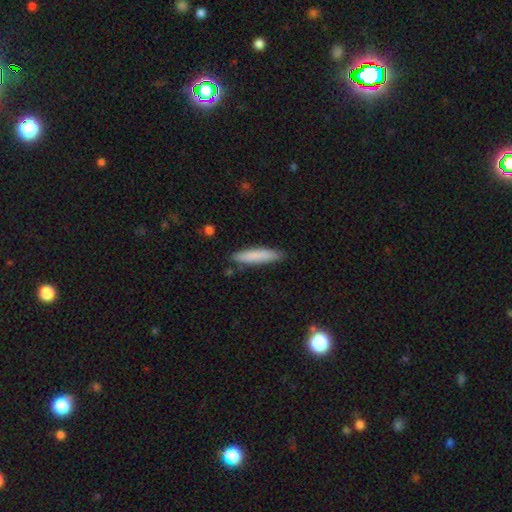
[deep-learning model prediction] Smooth or featured?
  - smooth: 81% *
  - featured or disk: 13%
  - star or artifact: 6%
How rounded?
  - cigar-shaped: 87% *
  - in between: 12%
  - round: 1%
Merging?
  - none: 84% *
  - minor disturbance: 12%
  - merger: 2%
  - major disturbance: 2%